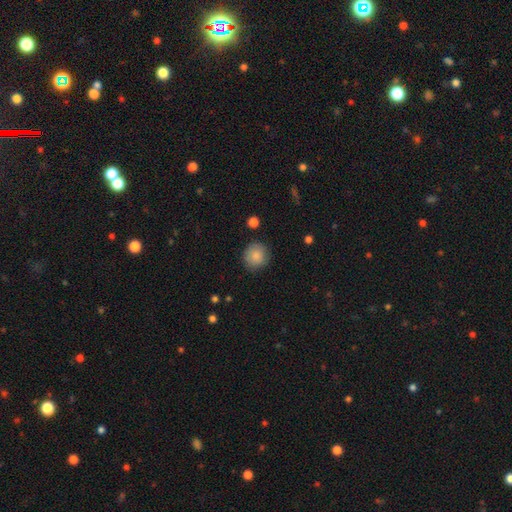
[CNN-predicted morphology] The model was most divided on "merging": none: 85%, minor disturbance: 11%, major disturbance: 3%, merger: 1%. More confident: how rounded — round (90%); smooth or featured — smooth (86%).